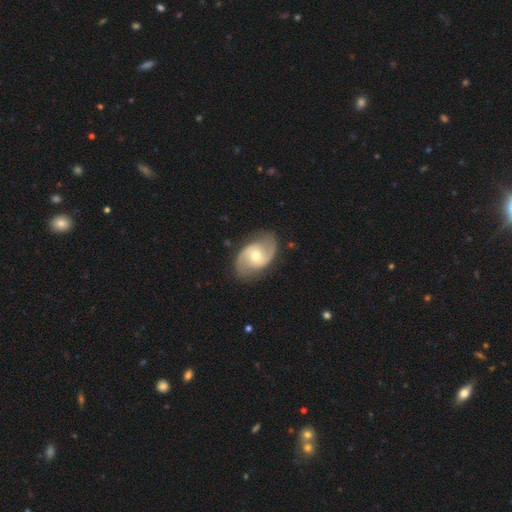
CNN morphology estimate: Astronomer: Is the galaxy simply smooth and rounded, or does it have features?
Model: featured or disk — 85%.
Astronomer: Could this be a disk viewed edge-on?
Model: no — 97%.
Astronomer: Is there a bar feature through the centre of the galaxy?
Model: no — 47% (runner-up: weak, 42%).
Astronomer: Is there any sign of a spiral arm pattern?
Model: yes — 96%.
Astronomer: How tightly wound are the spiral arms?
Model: medium — 51% (runner-up: loose, 33%).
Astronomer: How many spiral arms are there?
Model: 2 — 93%.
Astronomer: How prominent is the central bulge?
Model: moderate — 59% (runner-up: small, 34%).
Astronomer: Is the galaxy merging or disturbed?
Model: none — 83%.